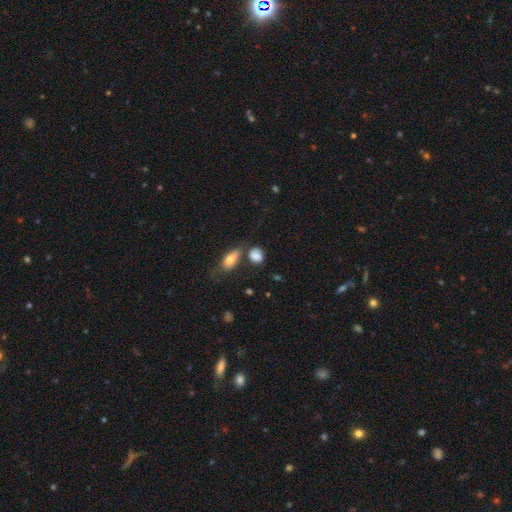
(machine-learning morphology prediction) smooth-or-featured: smooth: 82% | star or artifact: 9% | featured or disk: 9%
  how-rounded: in between: 56% | round: 41% | cigar-shaped: 3%
  merging: none: 51% | merger: 22% | minor disturbance: 20% | major disturbance: 8%